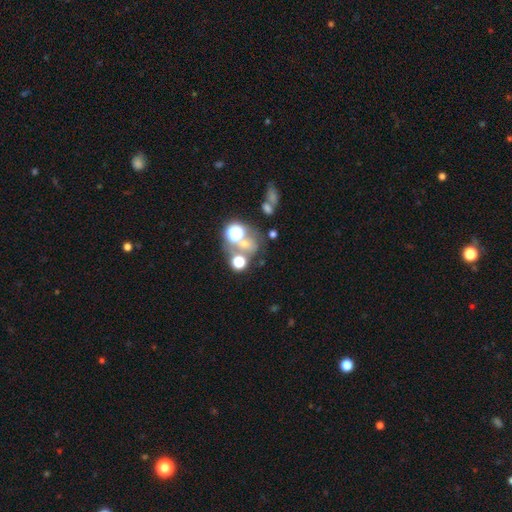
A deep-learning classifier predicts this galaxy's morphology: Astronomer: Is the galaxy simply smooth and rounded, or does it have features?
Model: star or artifact — 58%.